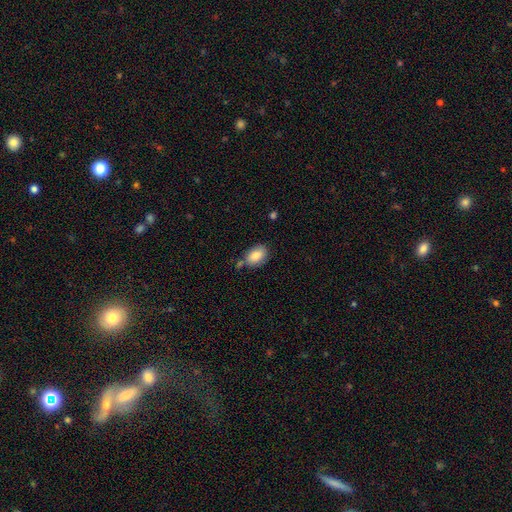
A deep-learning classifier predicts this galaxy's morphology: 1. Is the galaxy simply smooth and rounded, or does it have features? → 85% smooth, 8% featured or disk, 7% star or artifact.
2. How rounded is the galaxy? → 88% in between, 11% round, 1% cigar-shaped.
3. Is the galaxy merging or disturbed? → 67% none, 20% minor disturbance, 9% merger, 4% major disturbance.